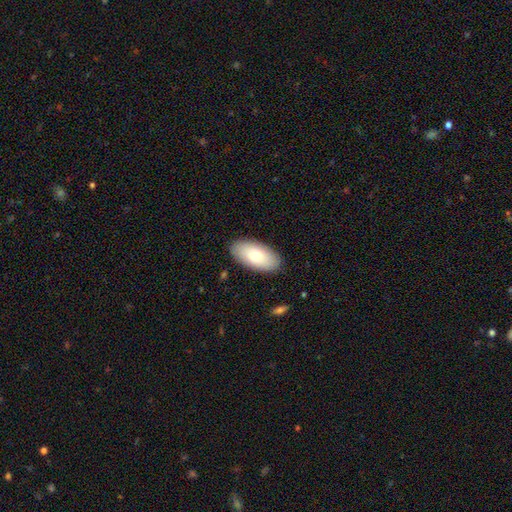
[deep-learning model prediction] Q: Smooth or featured?
A: smooth (76%); runner-up: featured or disk (18%)
Q: How rounded?
A: in between (94%); runner-up: cigar-shaped (4%)
Q: Merging?
A: none (88%); runner-up: minor disturbance (9%)